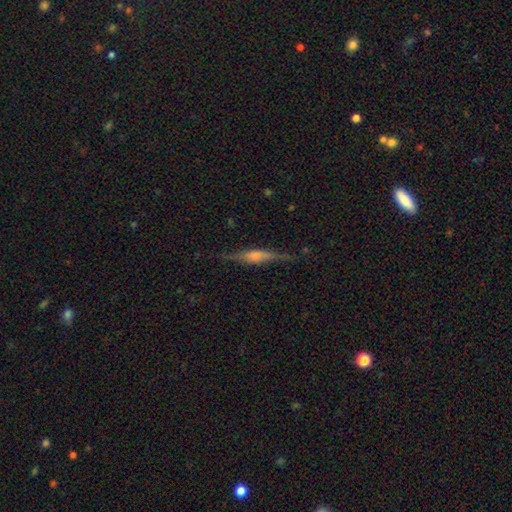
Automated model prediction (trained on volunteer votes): Morphology: type=featured or disk (58%); edge-on=yes (94%); edge-on bulge=rounded (62%); merging=none (77%).